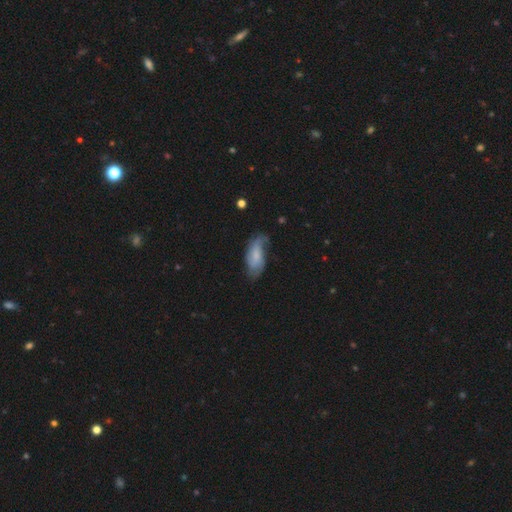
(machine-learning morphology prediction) The model was most divided on "smooth or featured": smooth: 49%, featured or disk: 43%, star or artifact: 8%. Remaining: merging — none (48%).